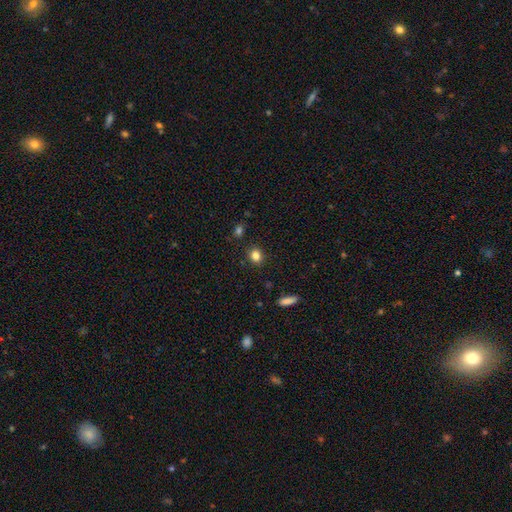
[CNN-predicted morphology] The model was most divided on "how rounded": round: 66%, in between: 33%, cigar-shaped: 1%. More confident: merging — none (87%); smooth or featured — smooth (83%).